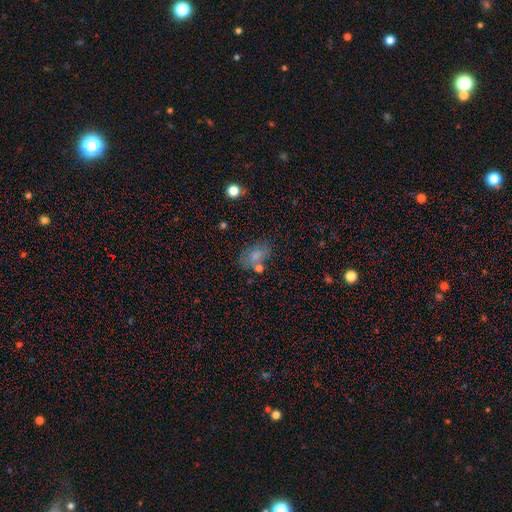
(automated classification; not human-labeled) The model was most divided on "merging": none: 54%, minor disturbance: 21%, merger: 14%, major disturbance: 11%. More confident: how rounded — in between (84%); smooth or featured — smooth (69%).